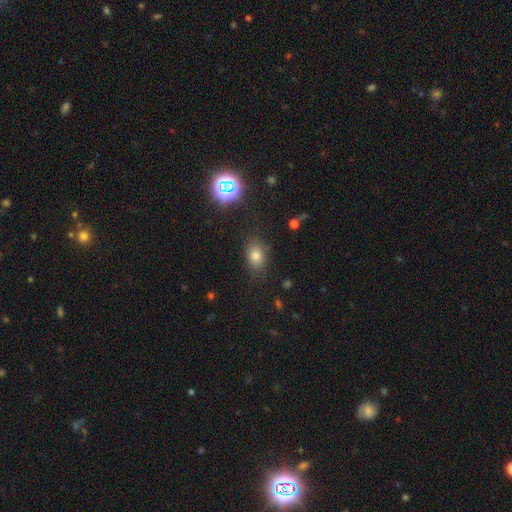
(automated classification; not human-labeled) Q: Smooth or featured?
A: smooth (73%); runner-up: star or artifact (18%)
Q: How rounded?
A: in between (73%); runner-up: round (25%)
Q: Merging?
A: none (82%); runner-up: minor disturbance (12%)